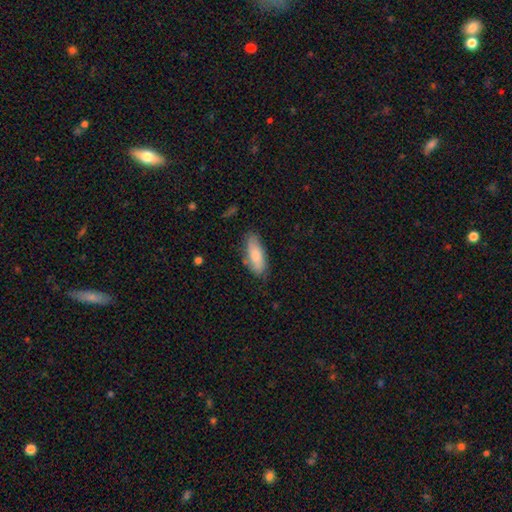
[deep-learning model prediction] A smooth galaxy with no disk features (79%) that is in between round and cigar-shaped (74%).

Vote fractions:
- Smooth or featured? smooth: 79% / featured or disk: 15% / star or artifact: 6%
- How rounded? in between: 74% / cigar-shaped: 24% / round: 2%
- Merging? none: 75% / minor disturbance: 19% / major disturbance: 4% / merger: 2%